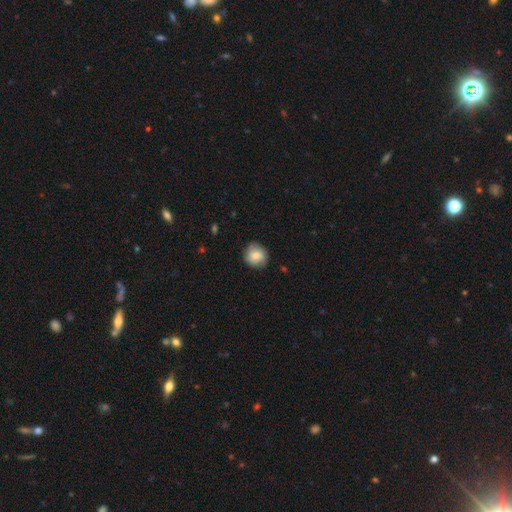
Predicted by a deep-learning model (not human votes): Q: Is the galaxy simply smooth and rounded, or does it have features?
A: smooth — 78%.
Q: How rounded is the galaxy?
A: round — 87%.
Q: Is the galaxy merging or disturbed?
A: none — 82%.